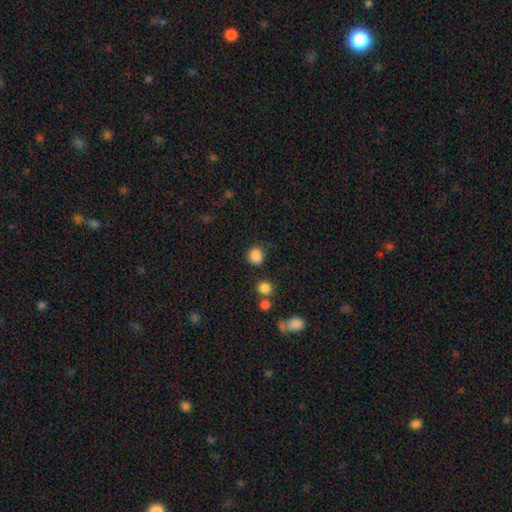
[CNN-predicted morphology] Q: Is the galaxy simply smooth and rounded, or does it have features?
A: smooth — 85%.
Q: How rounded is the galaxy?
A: round — 82%.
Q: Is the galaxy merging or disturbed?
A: none — 79%.